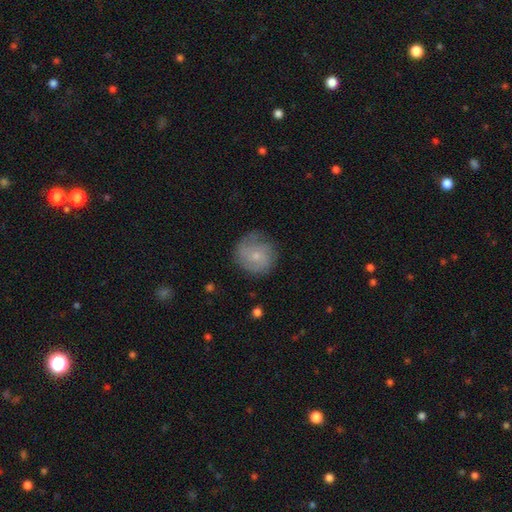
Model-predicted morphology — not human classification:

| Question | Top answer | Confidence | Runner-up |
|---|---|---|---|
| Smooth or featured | featured or disk | 50% | smooth (41%) |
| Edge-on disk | no | 97% | yes (3%) |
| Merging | none | 72% | minor disturbance (20%) |